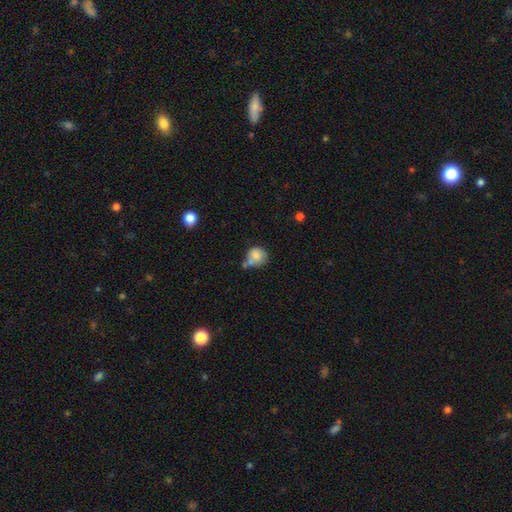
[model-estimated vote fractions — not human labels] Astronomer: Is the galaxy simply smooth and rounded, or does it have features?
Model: smooth — 76%.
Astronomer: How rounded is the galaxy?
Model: round — 74%.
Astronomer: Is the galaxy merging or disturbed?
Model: none — 42% (runner-up: merger, 27%).